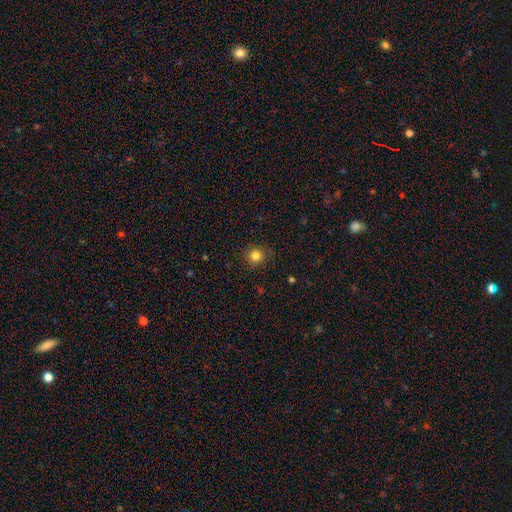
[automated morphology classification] Smooth or featured: smooth — 82% (star or artifact — 13%)
How rounded: round — 89% (in between — 10%)
Merging: none — 86% (minor disturbance — 10%)